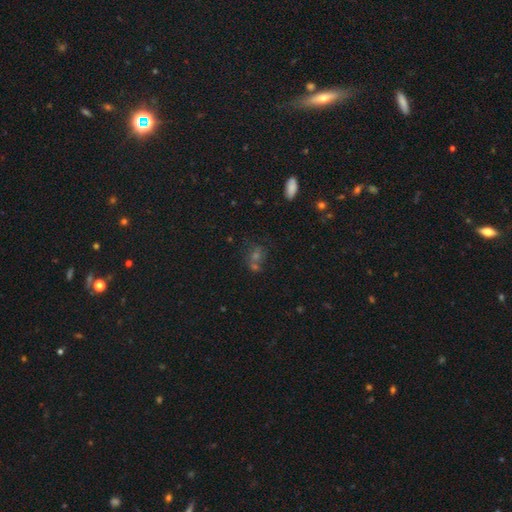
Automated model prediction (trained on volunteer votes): Overall: smooth (46%; star or artifact 38%). Merging: none (49%; merger 34%).